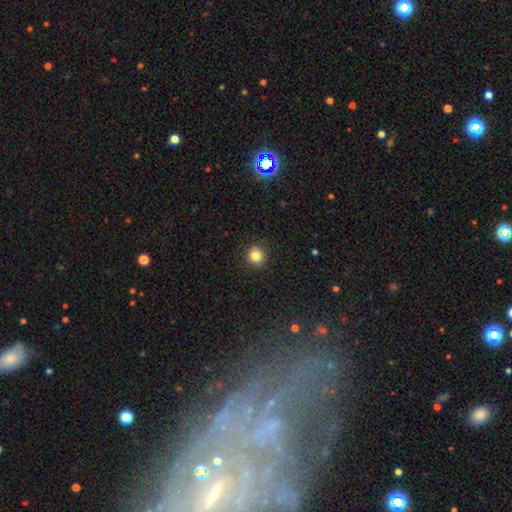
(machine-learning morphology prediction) Smooth or featured? Predicted: smooth (p=0.83). How rounded? Predicted: round (p=0.90). Merging? Predicted: none (p=0.91).